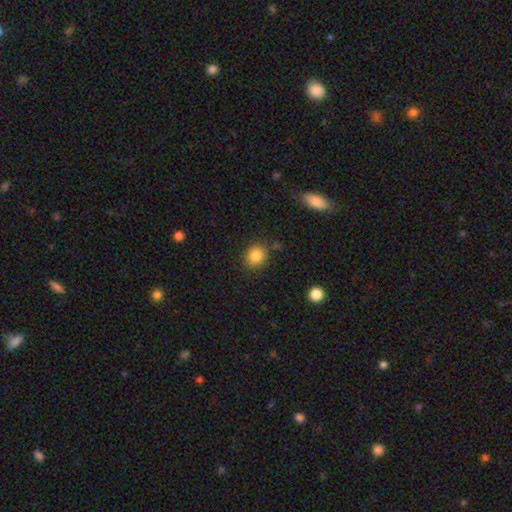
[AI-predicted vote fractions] Smooth or featured: smooth — 85% (star or artifact — 10%)
How rounded: round — 70% (in between — 29%)
Merging: none — 84% (minor disturbance — 10%)